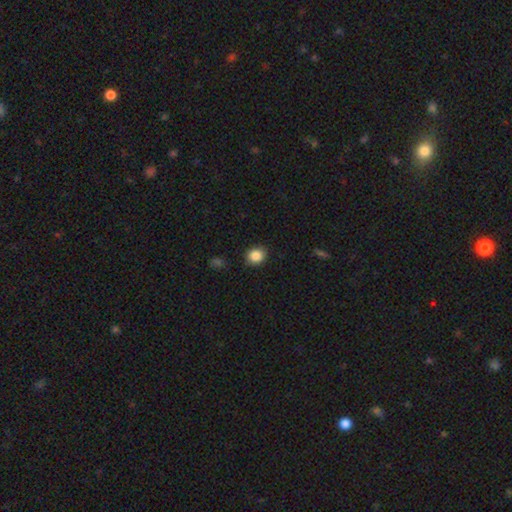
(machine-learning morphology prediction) The model was most divided on "how rounded": round: 71%, in between: 28%, cigar-shaped: 1%. More confident: smooth or featured — smooth (87%); merging — none (87%).